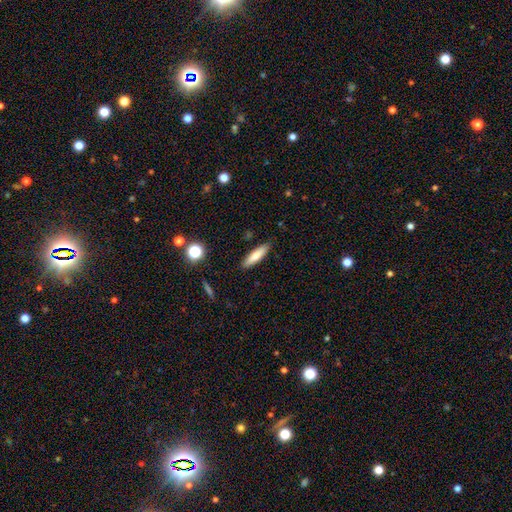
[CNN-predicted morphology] Smooth or featured?
  - smooth: 75% *
  - featured or disk: 18%
  - star or artifact: 7%
How rounded?
  - cigar-shaped: 72% *
  - in between: 27%
  - round: 2%
Merging?
  - none: 88% *
  - minor disturbance: 8%
  - major disturbance: 2%
  - merger: 1%